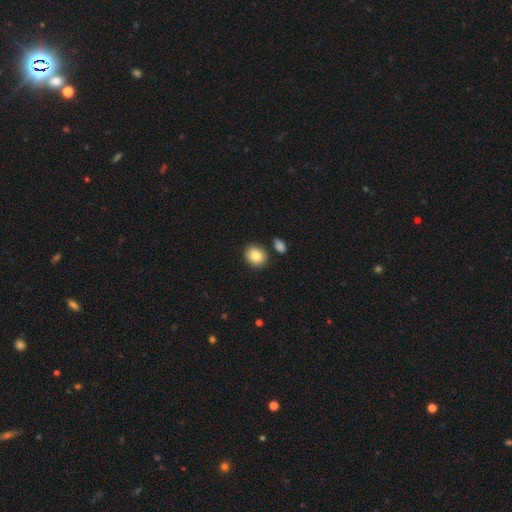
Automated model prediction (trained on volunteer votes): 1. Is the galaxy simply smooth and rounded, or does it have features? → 86% smooth, 8% star or artifact, 6% featured or disk.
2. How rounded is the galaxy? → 64% round, 35% in between, 1% cigar-shaped.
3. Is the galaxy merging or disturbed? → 81% none, 10% minor disturbance, 6% merger, 3% major disturbance.